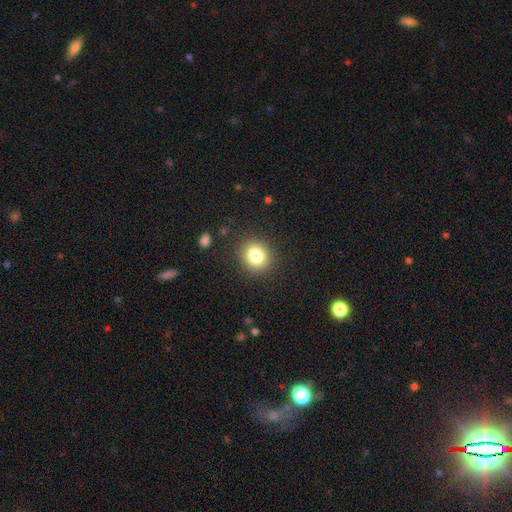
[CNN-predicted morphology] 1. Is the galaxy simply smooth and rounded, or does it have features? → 82% smooth, 11% star or artifact, 7% featured or disk.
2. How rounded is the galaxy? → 75% round, 24% in between, 1% cigar-shaped.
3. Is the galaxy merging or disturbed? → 88% none, 8% minor disturbance, 3% major disturbance, 1% merger.